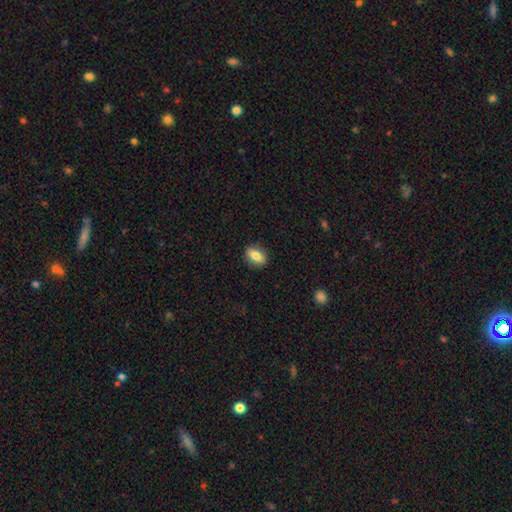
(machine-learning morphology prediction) type=smooth (79%); roundness=in between (74%); merging=none (88%).